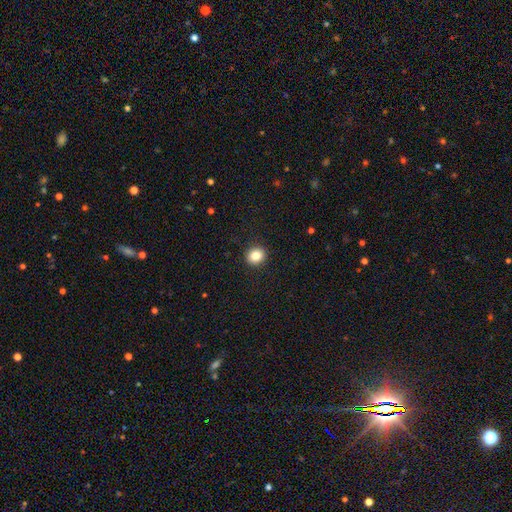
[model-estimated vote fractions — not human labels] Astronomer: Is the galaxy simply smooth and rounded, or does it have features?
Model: smooth — 85%.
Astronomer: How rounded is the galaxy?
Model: round — 80%.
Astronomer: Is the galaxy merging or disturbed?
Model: none — 92%.